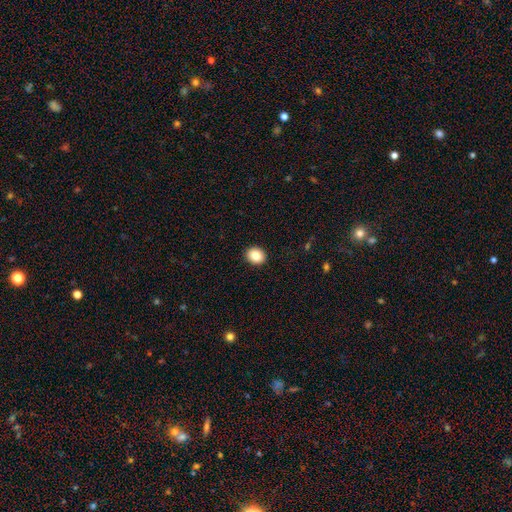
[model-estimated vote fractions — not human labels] smooth_or_featured: smooth (p=0.84) [alt: star or artifact p=0.09]
how_rounded: round (p=0.63) [alt: in between p=0.36]
merging: none (p=0.92) [alt: minor disturbance p=0.05]